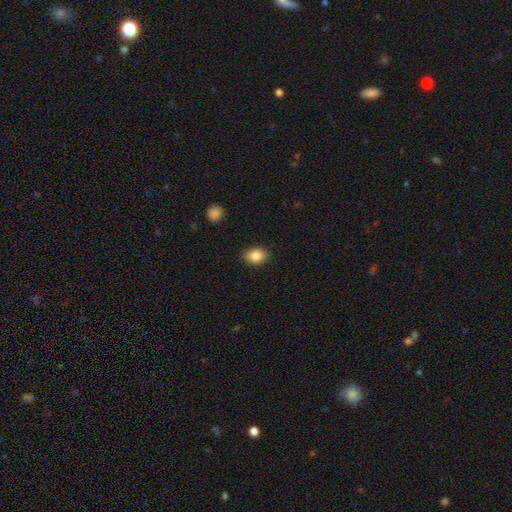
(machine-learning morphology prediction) Q: Smooth or featured?
A: smooth (86%); runner-up: star or artifact (8%)
Q: How rounded?
A: in between (72%); runner-up: round (26%)
Q: Merging?
A: none (88%); runner-up: minor disturbance (9%)